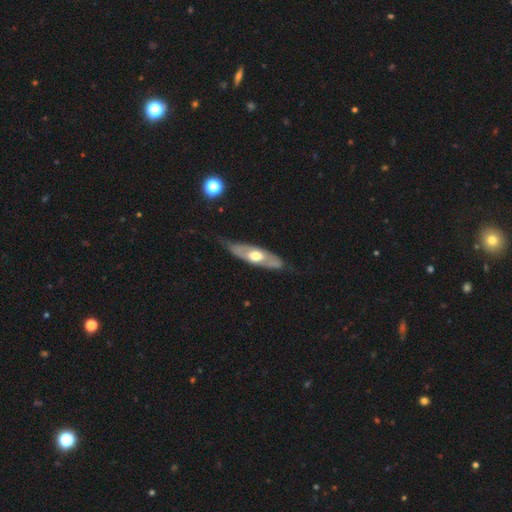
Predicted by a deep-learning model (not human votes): smooth-or-featured: featured or disk: 62% | smooth: 33% | star or artifact: 5%
  disk-edge-on: no: 63% | yes: 37%
  merging: none: 69% | minor disturbance: 23% | major disturbance: 7% | merger: 1%